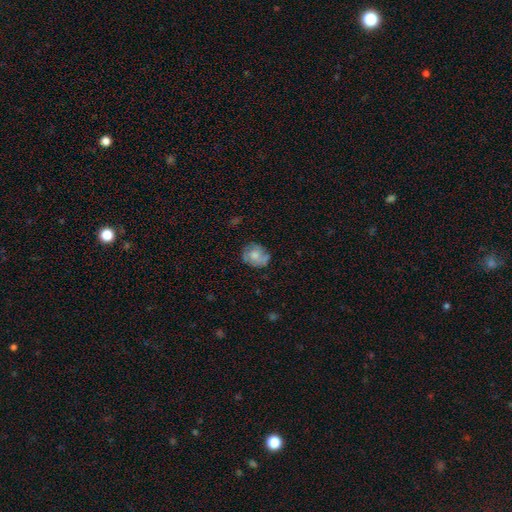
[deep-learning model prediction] A smooth galaxy with no disk features (55%) that is round (67%). Merging: none (66%).